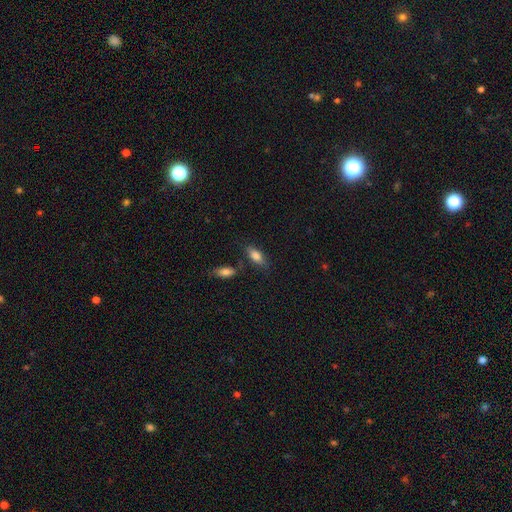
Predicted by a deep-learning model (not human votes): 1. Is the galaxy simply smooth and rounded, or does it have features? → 82% smooth, 10% featured or disk, 8% star or artifact.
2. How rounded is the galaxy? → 84% in between, 13% cigar-shaped, 3% round.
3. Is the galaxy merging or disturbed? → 69% none, 17% minor disturbance, 9% merger, 5% major disturbance.